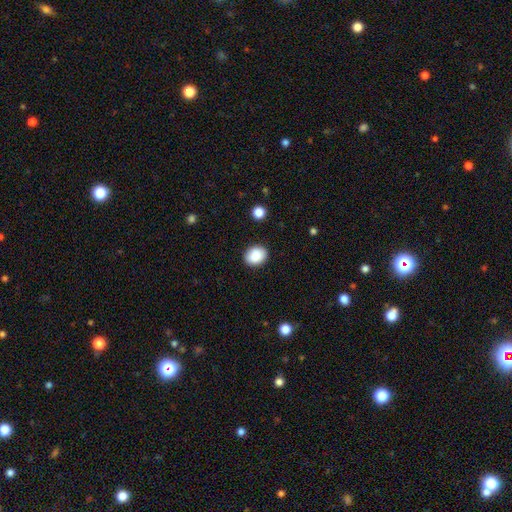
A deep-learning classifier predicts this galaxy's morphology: The model was most divided on "how rounded": in between: 50%, round: 49%, cigar-shaped: 1%. More confident: smooth or featured — smooth (88%); merging — none (88%).